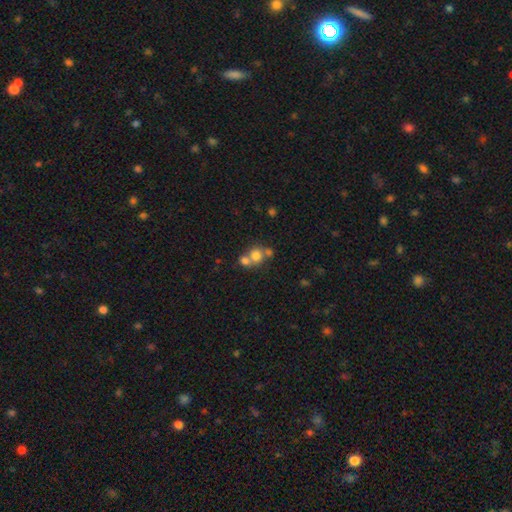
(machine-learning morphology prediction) Q: Smooth or featured?
A: smooth (71%); runner-up: featured or disk (16%)
Q: How rounded?
A: round (79%); runner-up: in between (20%)
Q: Merging?
A: merger (53%); runner-up: none (37%)